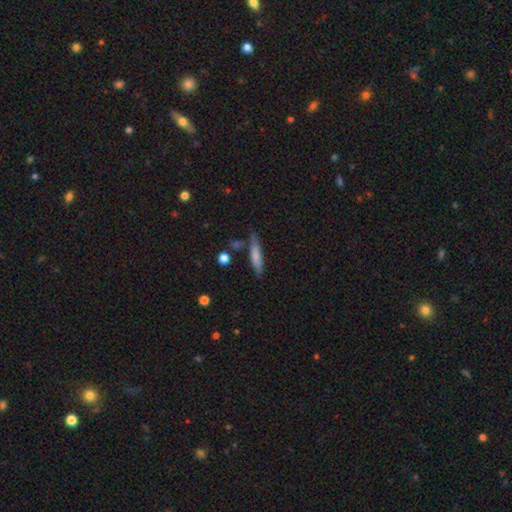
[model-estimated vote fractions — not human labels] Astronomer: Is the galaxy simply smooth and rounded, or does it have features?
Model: smooth — 73%.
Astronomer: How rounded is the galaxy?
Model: cigar-shaped — 79%.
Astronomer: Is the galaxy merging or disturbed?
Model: none — 67%.